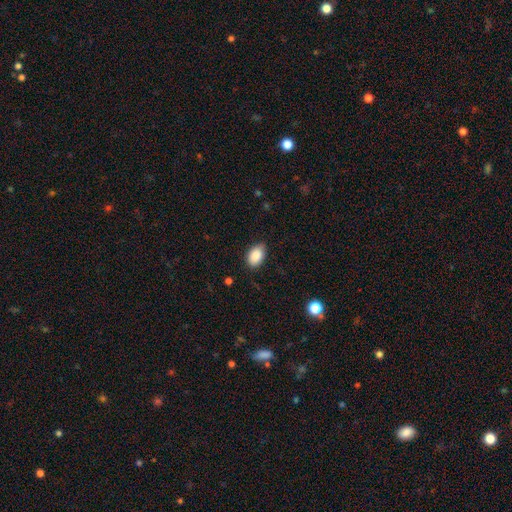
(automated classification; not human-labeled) Smooth or featured?
  - smooth: 88% *
  - star or artifact: 7%
  - featured or disk: 5%
How rounded?
  - in between: 88% *
  - round: 11%
  - cigar-shaped: 1%
Merging?
  - none: 78% *
  - minor disturbance: 18%
  - major disturbance: 3%
  - merger: 1%